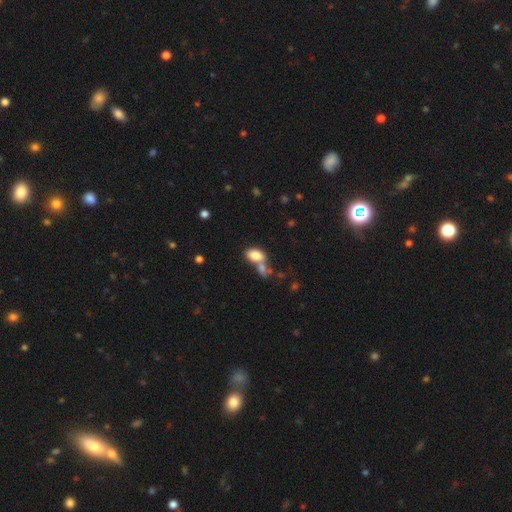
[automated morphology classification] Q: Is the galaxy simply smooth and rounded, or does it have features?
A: smooth — 82%.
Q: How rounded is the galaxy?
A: in between — 90%.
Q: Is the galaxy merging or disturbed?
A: merger — 44%.